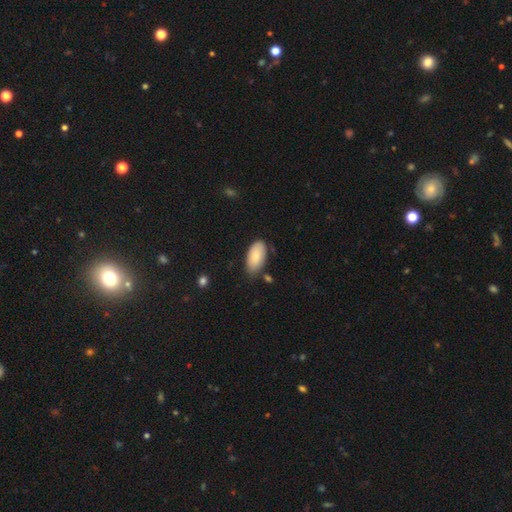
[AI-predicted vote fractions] This appears to be a smooth galaxy with no disk features (83%) that is in between round and cigar-shaped (95%). Merging: none (70%).